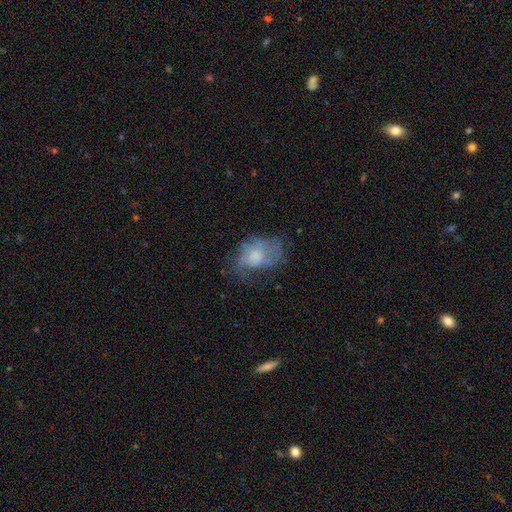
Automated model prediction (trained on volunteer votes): A smooth galaxy with no disk features (48%). Merging: none (40%).